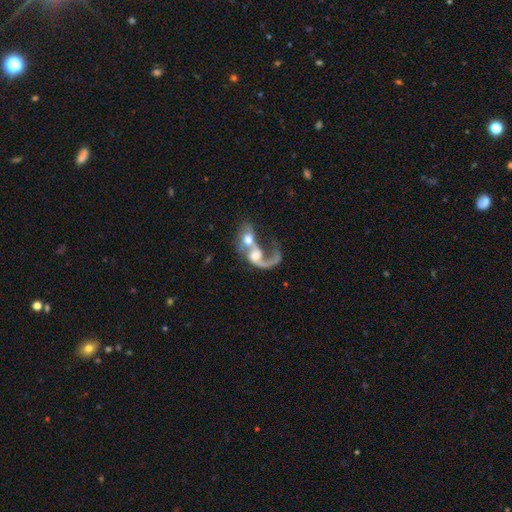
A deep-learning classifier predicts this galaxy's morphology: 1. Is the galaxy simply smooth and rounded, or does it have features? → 67% featured or disk, 26% smooth, 7% star or artifact.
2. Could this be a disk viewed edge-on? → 96% no, 4% yes.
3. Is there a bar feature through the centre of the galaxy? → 67% no, 26% weak, 7% strong.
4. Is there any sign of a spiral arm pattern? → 75% yes, 25% no.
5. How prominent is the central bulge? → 49% moderate, 25% large, 14% small, 8% none, 4% dominant.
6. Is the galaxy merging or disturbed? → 79% merger, 11% major disturbance, 7% none, 3% minor disturbance.